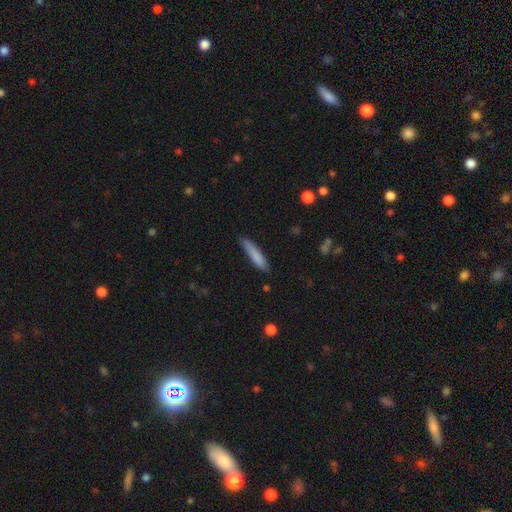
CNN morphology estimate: smooth_or_featured: smooth (p=0.81) [alt: featured or disk p=0.13]
how_rounded: cigar-shaped (p=0.87) [alt: in between p=0.11]
merging: none (p=0.78) [alt: minor disturbance p=0.18]